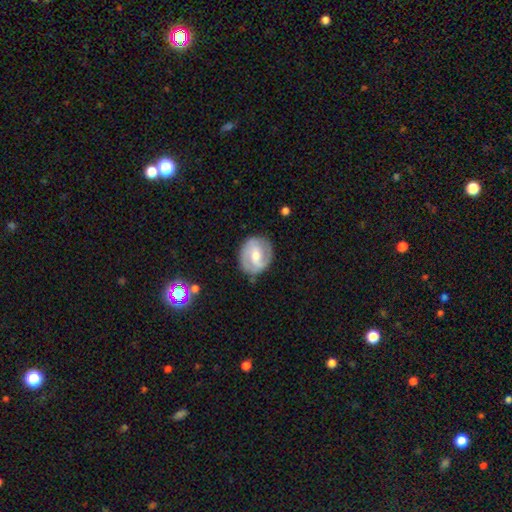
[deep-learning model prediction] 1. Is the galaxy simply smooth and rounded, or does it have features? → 67% featured or disk, 27% smooth, 6% star or artifact.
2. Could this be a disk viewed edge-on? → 96% no, 4% yes.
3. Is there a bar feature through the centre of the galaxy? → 44% weak, 35% strong, 21% no.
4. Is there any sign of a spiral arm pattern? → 76% yes, 24% no.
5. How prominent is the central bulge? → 64% moderate, 28% small, 5% large, 2% none, 1% dominant.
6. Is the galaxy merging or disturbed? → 78% none, 15% minor disturbance, 5% major disturbance, 2% merger.